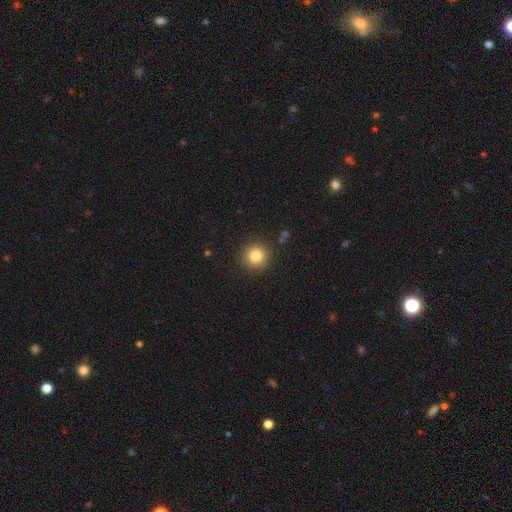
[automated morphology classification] This is clearly a smooth galaxy (82%). How rounded: clearly round (95%). Merging: clearly none (91%).